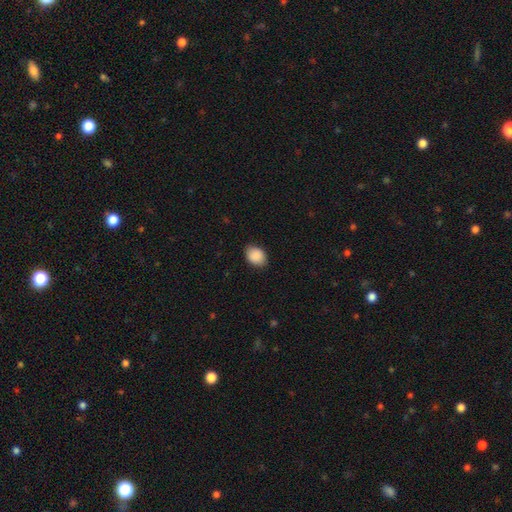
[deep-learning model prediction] A smooth galaxy with no disk features (90%) that is in between round and cigar-shaped (65%).

Vote fractions:
- Smooth or featured? smooth: 90% / star or artifact: 7% / featured or disk: 3%
- How rounded? in between: 65% / round: 34% / cigar-shaped: 1%
- Merging? none: 85% / minor disturbance: 12% / major disturbance: 3% / merger: 1%